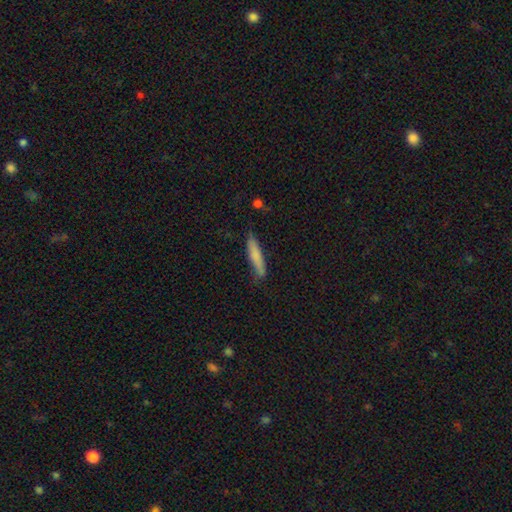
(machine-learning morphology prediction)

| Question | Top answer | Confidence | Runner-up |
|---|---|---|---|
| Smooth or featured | smooth | 74% | featured or disk (21%) |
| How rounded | cigar-shaped | 90% | in between (9%) |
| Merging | none | 78% | minor disturbance (17%) |